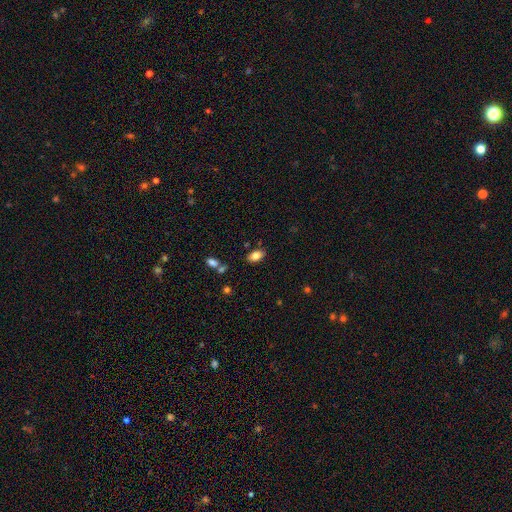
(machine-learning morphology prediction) Q: Smooth or featured?
A: smooth (81%); runner-up: featured or disk (10%)
Q: How rounded?
A: in between (90%); runner-up: round (7%)
Q: Merging?
A: none (82%); runner-up: minor disturbance (12%)